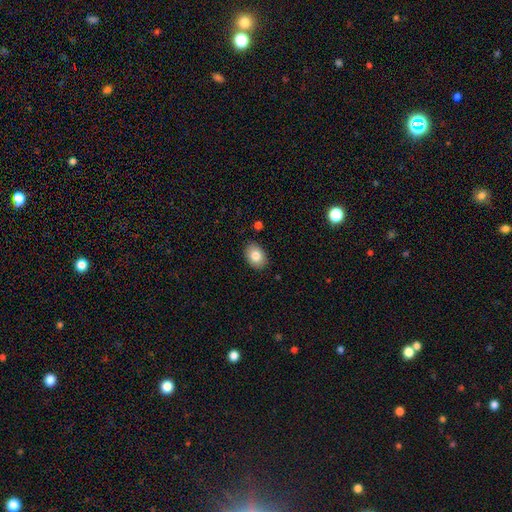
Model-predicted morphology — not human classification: Smooth or featured? smooth (83%)
How rounded? in between (75%)
Merging? none (87%)